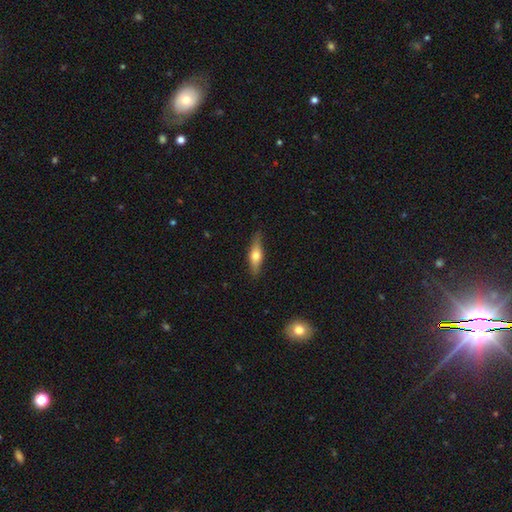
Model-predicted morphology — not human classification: A featured or disk galaxy (47%, tied with smooth).

Vote fractions:
- Smooth or featured? featured or disk: 47% (tied) / smooth: 47% (tied) / star or artifact: 6%
- Merging? none: 85% / minor disturbance: 12% / major disturbance: 2% / merger: 1%